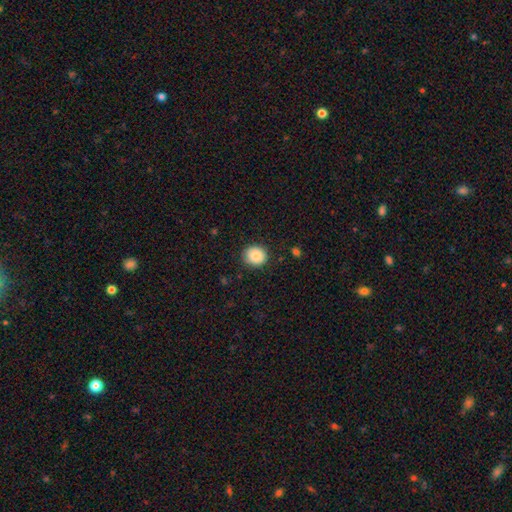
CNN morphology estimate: A smooth galaxy with no disk features (87%) that is round (82%).

Vote fractions:
- Smooth or featured? smooth: 87% / star or artifact: 8% / featured or disk: 5%
- How rounded? round: 82% / in between: 17% / cigar-shaped: 1%
- Merging? none: 86% / minor disturbance: 10% / major disturbance: 3% / merger: 1%